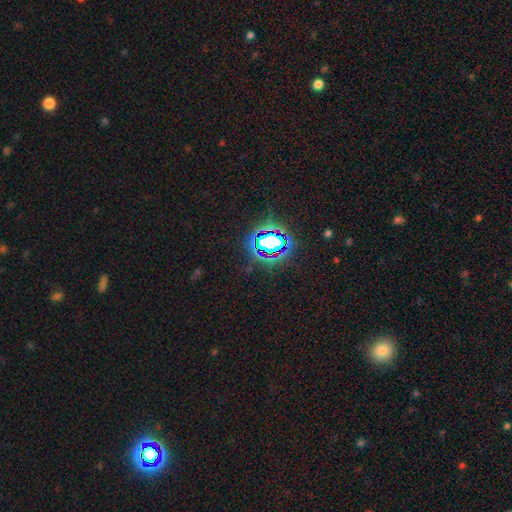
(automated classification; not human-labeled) Q: Smooth or featured?
A: star or artifact (81%); runner-up: smooth (12%)